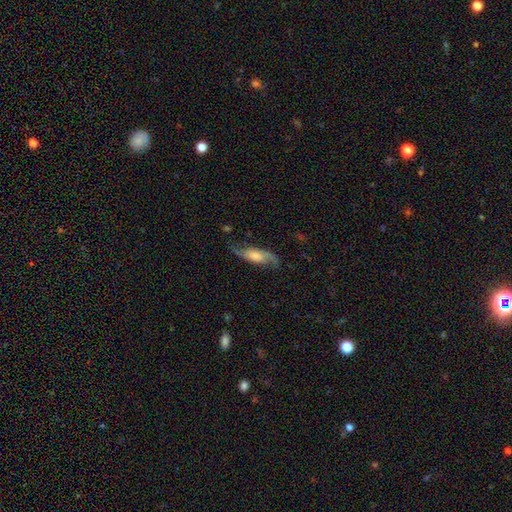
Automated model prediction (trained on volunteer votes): smooth-or-featured: featured or disk: 69% | smooth: 24% | star or artifact: 7%
  disk-edge-on: no: 83% | yes: 17%
    bar: no: 60% | weak: 31% | strong: 9%
    has-spiral-arms: yes: 93% | no: 7%
      spiral-winding: loose: 65% | medium: 27% | tight: 8%
      spiral-arm-count: 2: 89% | can't tell: 5% | 1: 3% | 3: 1% | 4: 1% | more than 4: 1%
    bulge-size: moderate: 32% | large: 24% | small: 24% | none: 15% | dominant: 4%
  merging: none: 69% | minor disturbance: 19% | major disturbance: 9% | merger: 2%